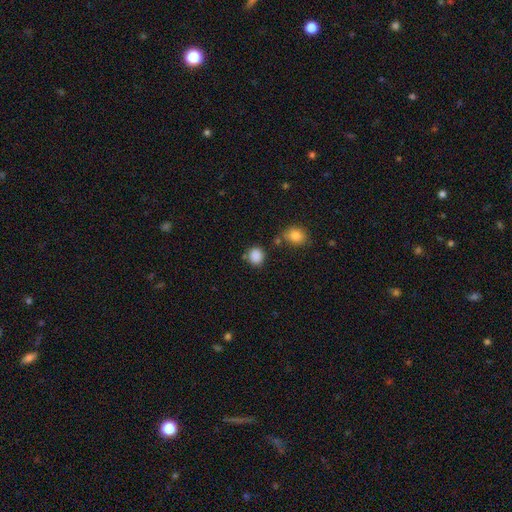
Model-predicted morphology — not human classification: Smooth or featured? Predicted: smooth (p=0.87). How rounded? Predicted: round (p=0.78). Merging? Predicted: none (p=0.75).